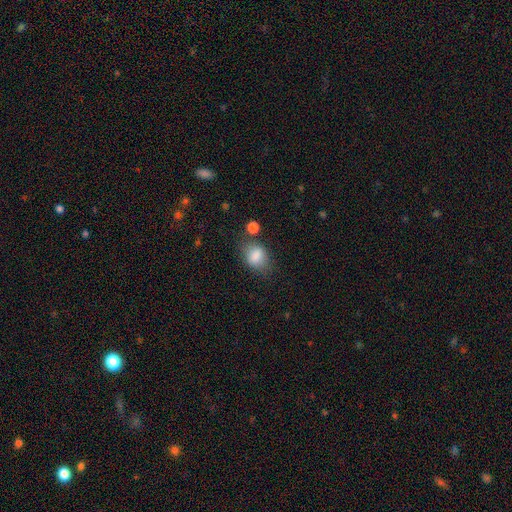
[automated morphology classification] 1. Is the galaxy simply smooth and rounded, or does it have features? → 83% smooth, 9% star or artifact, 8% featured or disk.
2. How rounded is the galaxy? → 64% in between, 34% round, 1% cigar-shaped.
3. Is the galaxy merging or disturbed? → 61% none, 22% minor disturbance, 9% merger, 8% major disturbance.